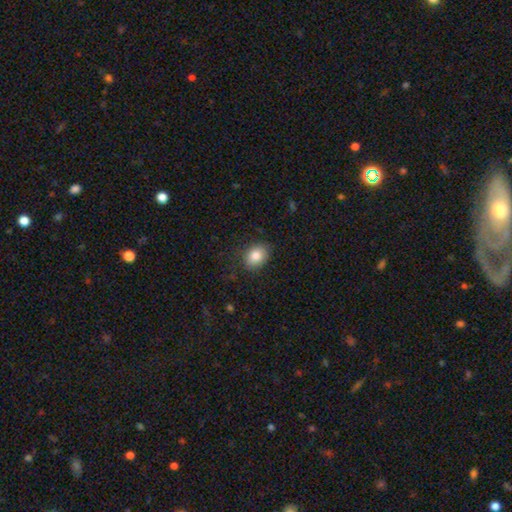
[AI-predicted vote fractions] A smooth galaxy with no disk features (83%) that is in between round and cigar-shaped (62%). Merging: none (84%).